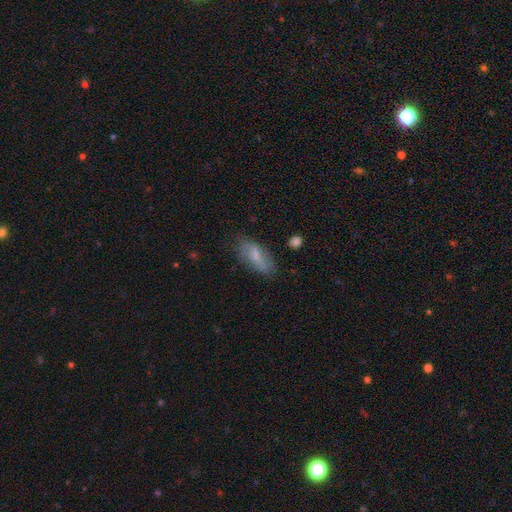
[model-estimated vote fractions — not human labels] Q: Smooth or featured?
A: smooth (65%); runner-up: featured or disk (27%)
Q: How rounded?
A: in between (75%); runner-up: cigar-shaped (22%)
Q: Merging?
A: none (70%); runner-up: minor disturbance (21%)